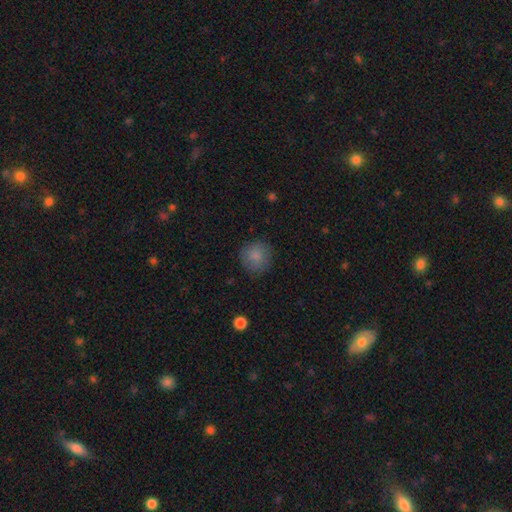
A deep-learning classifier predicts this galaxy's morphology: smooth 84%, featured or disk 8%, star or artifact 8%. Down the decision tree: how rounded — round (92%); merging — none (84%).